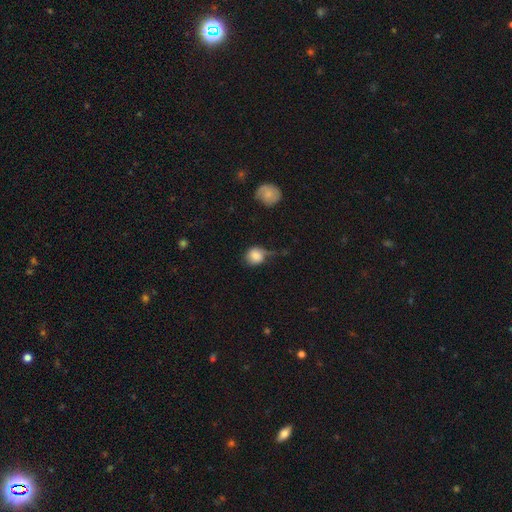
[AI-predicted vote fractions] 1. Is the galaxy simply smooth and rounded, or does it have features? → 81% smooth, 11% featured or disk, 8% star or artifact.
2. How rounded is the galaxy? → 76% round, 23% in between, 1% cigar-shaped.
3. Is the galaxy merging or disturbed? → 35% none (tied), 35% minor disturbance (tied), 24% major disturbance, 6% merger.